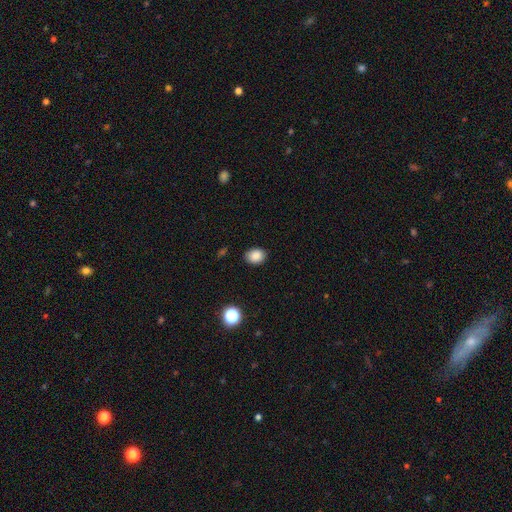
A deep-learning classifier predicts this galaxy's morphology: This is clearly a smooth galaxy (86%). How rounded: likely in between (63%). Merging: clearly none (87%).